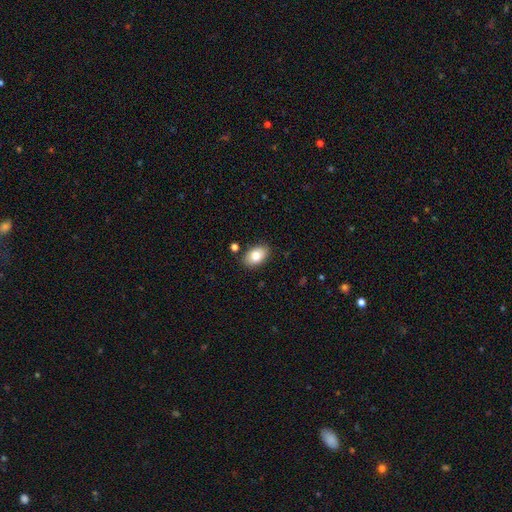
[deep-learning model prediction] Smooth or featured: smooth — 82% (featured or disk — 11%)
How rounded: in between — 88% (round — 11%)
Merging: none — 84% (minor disturbance — 11%)